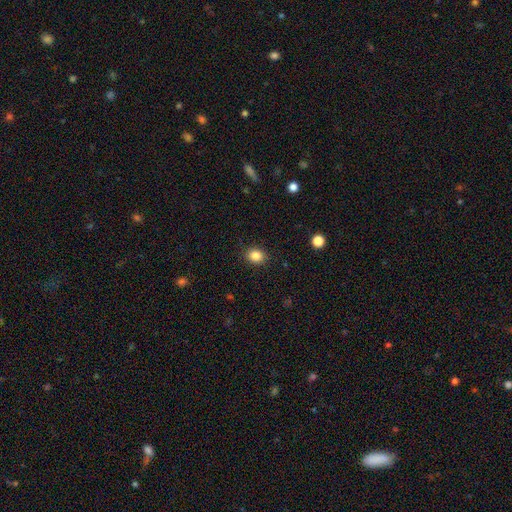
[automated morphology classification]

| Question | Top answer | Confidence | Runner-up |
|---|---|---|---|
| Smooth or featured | smooth | 85% | star or artifact (11%) |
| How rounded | round | 63% | in between (36%) |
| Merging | none | 89% | minor disturbance (7%) |